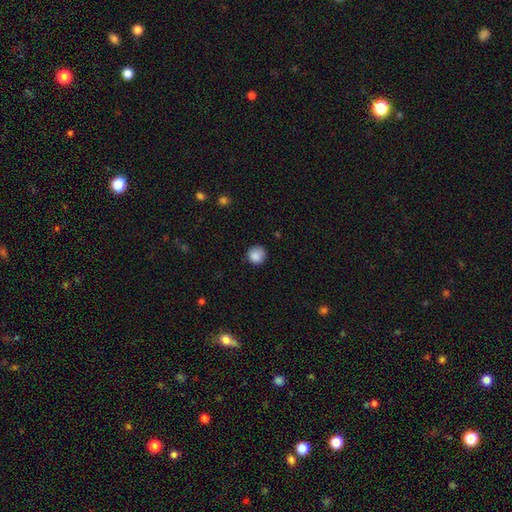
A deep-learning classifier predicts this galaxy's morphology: The model was most divided on "merging": none: 81%, minor disturbance: 15%, major disturbance: 3%, merger: 1%. More confident: how rounded — round (91%); smooth or featured — smooth (87%).